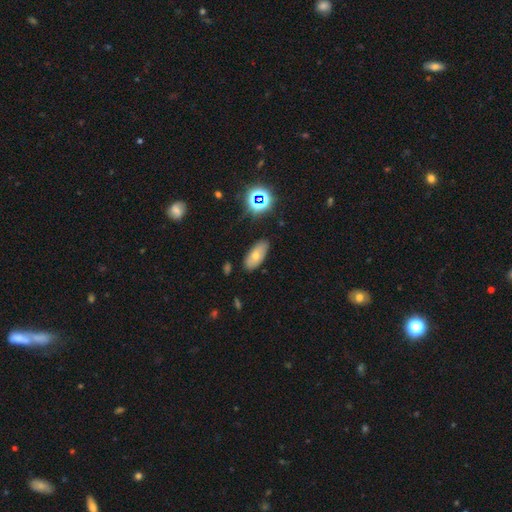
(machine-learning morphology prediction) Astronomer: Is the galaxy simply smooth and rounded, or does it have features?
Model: smooth — 62%.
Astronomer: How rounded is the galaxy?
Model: in between — 87%.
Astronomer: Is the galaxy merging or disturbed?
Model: none — 79%.